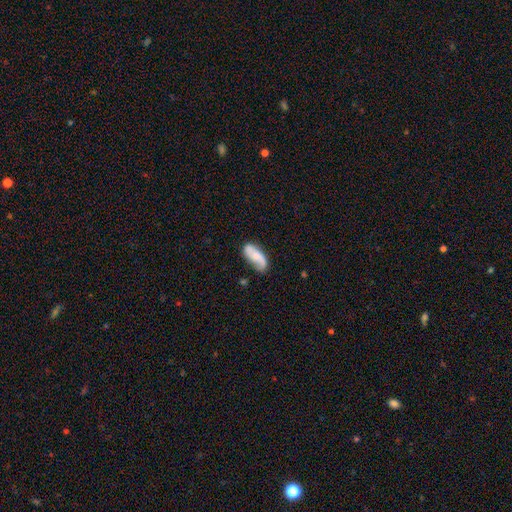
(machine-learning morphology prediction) Smooth or featured: smooth — 47% (featured or disk — 46%)
Merging: none — 58% (minor disturbance — 27%)